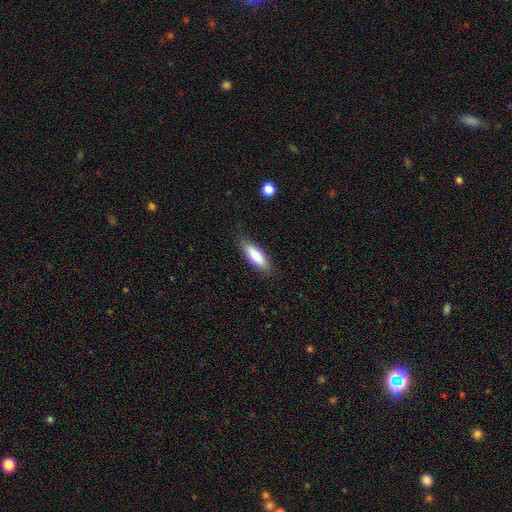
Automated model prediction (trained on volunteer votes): A smooth galaxy with no disk features (80%) that is in between round and cigar-shaped (56%). Merging: none (84%).